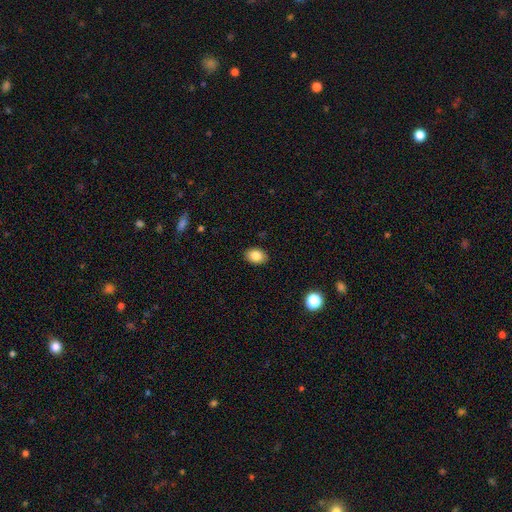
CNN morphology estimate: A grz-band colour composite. It shows a smooth galaxy with no disk features (85%) that is in between round and cigar-shaped (78%). Merging: none (89%).